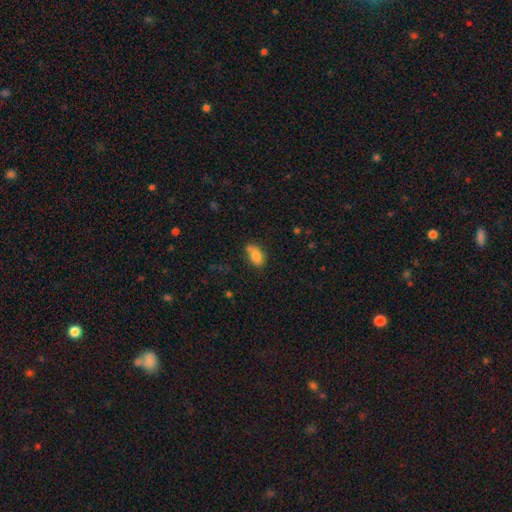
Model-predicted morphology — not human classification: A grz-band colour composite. It shows a smooth galaxy with no disk features (82%) that is in between round and cigar-shaped (88%). Merging: none (60%).